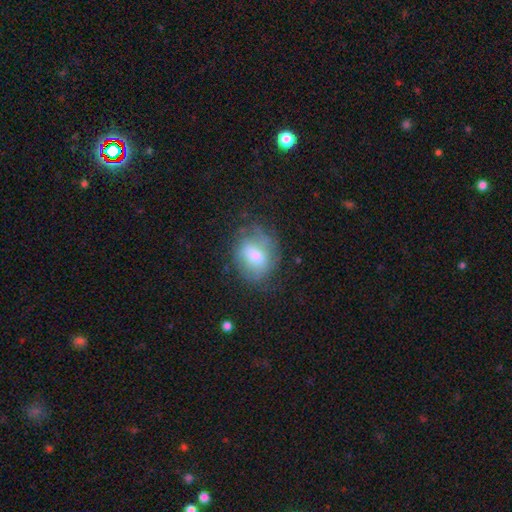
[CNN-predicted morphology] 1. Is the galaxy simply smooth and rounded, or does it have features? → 52% smooth, 39% featured or disk, 9% star or artifact.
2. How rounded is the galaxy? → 51% in between, 48% round, 1% cigar-shaped.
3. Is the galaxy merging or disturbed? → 59% none, 25% minor disturbance, 14% major disturbance, 2% merger.